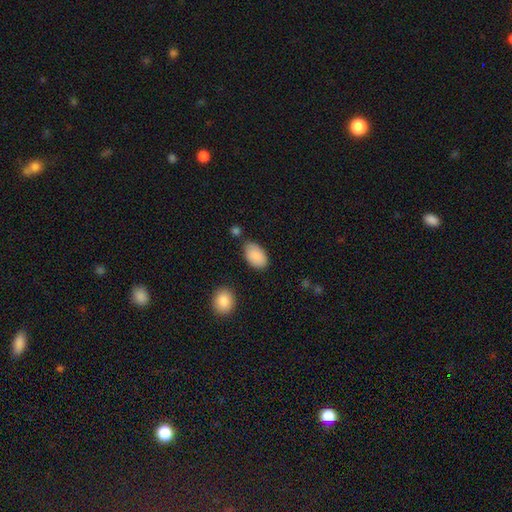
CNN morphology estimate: smooth-or-featured: smooth: 89% | star or artifact: 6% | featured or disk: 5%
  how-rounded: in between: 94% | round: 5% | cigar-shaped: 1%
  merging: none: 72% | minor disturbance: 19% | merger: 5% | major disturbance: 4%